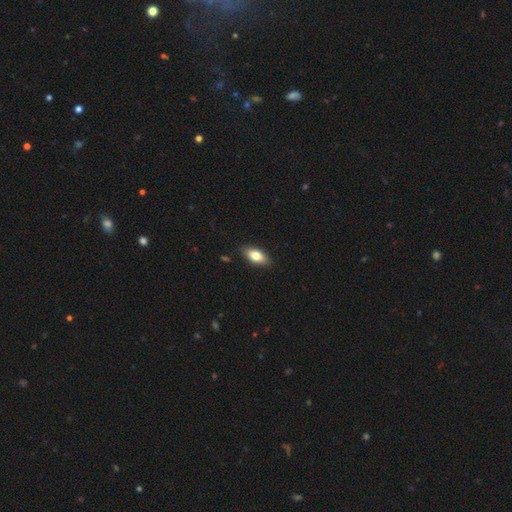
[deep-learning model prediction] Smooth or featured? Predicted: smooth (p=0.76). How rounded? Predicted: in between (p=0.87). Merging? Predicted: none (p=0.89).